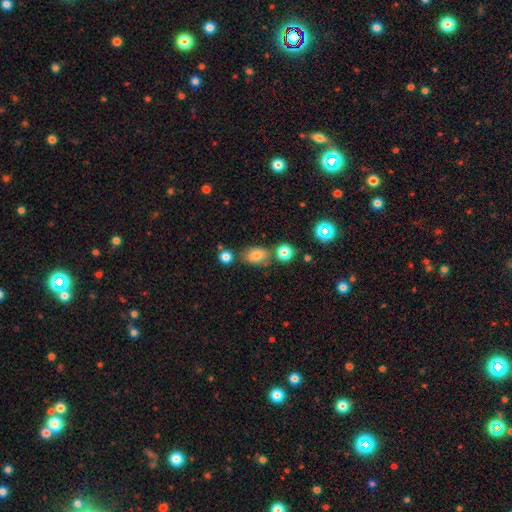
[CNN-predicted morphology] Smooth or featured?
  - smooth: 79% *
  - star or artifact: 12%
  - featured or disk: 10%
How rounded?
  - in between: 78% *
  - round: 20%
  - cigar-shaped: 2%
Merging?
  - none: 69% *
  - minor disturbance: 15%
  - merger: 11%
  - major disturbance: 4%